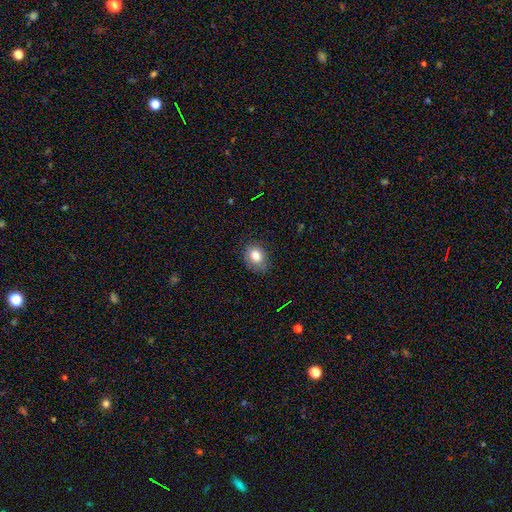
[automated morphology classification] Q: Smooth or featured?
A: smooth (82%); runner-up: featured or disk (9%)
Q: How rounded?
A: in between (57%); runner-up: round (42%)
Q: Merging?
A: none (77%); runner-up: minor disturbance (18%)